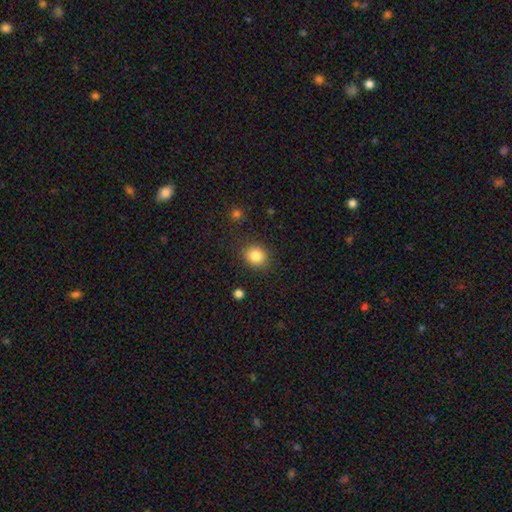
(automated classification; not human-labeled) This is clearly a smooth galaxy (85%). How rounded: likely round (68%). Merging: clearly none (85%).